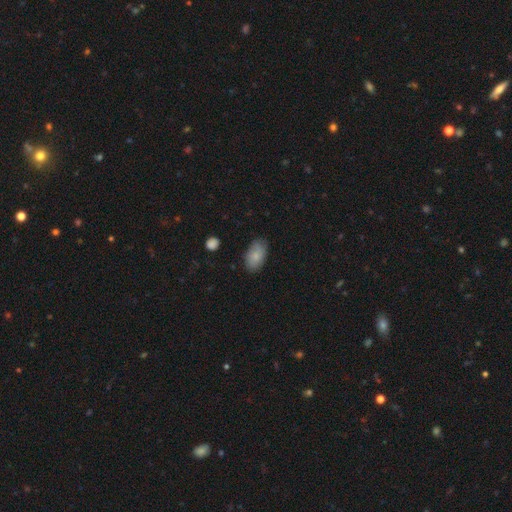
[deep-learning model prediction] Q: Smooth or featured?
A: smooth (79%); runner-up: featured or disk (14%)
Q: How rounded?
A: in between (92%); runner-up: round (6%)
Q: Merging?
A: none (77%); runner-up: minor disturbance (18%)